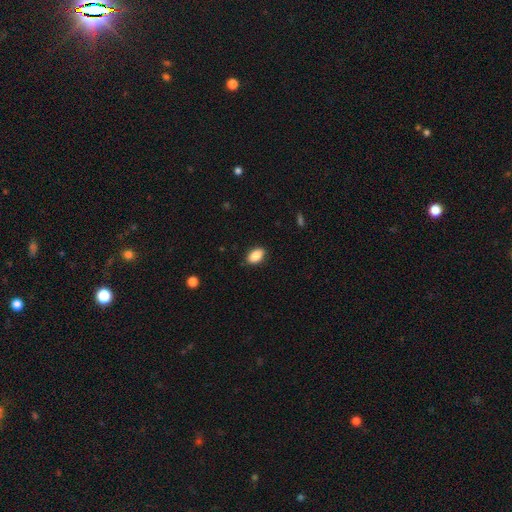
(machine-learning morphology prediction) Q: Smooth or featured?
A: smooth (89%); runner-up: star or artifact (7%)
Q: How rounded?
A: in between (91%); runner-up: round (7%)
Q: Merging?
A: none (86%); runner-up: minor disturbance (11%)